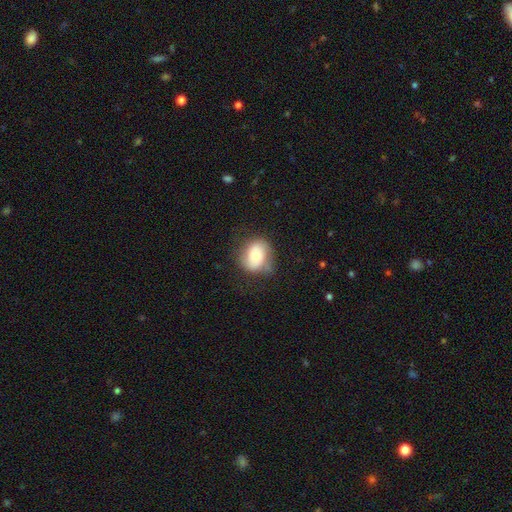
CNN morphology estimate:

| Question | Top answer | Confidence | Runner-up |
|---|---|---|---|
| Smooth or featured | smooth | 66% | featured or disk (26%) |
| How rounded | in between | 57% | round (42%) |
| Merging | none | 57% | minor disturbance (29%) |